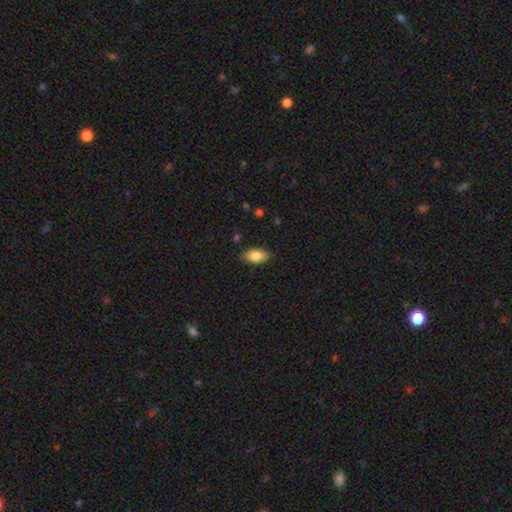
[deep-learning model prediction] This appears to be a smooth galaxy with no disk features (84%) that is in between round and cigar-shaped (90%). Merging: none (84%).